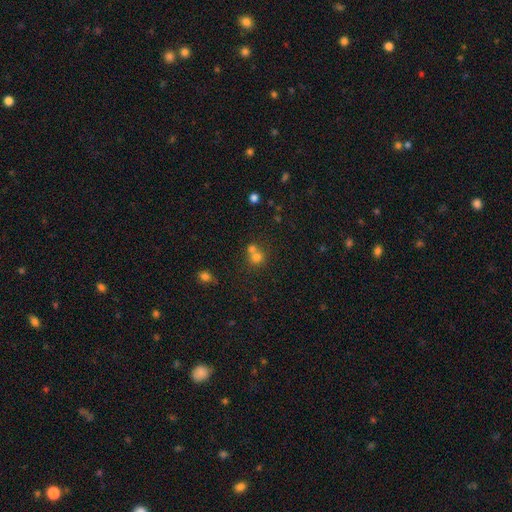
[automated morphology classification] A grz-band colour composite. It shows a smooth galaxy with no disk features (71%) that is round (84%). Merging: merger (50%).